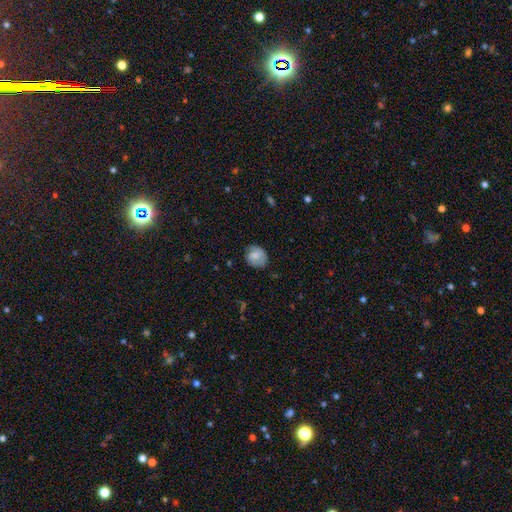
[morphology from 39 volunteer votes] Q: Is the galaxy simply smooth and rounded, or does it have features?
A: smooth — 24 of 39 (62%).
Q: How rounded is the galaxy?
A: in between — 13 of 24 (54%).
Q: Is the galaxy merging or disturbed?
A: none — 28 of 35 (80%).